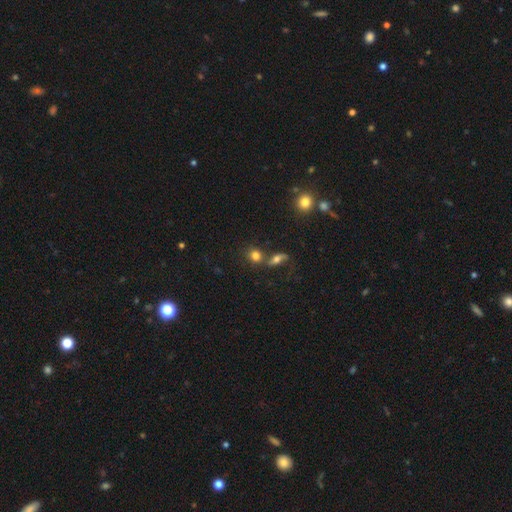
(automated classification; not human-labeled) Smooth or featured? smooth (77%)
How rounded? round (73%)
Merging? none (54%)